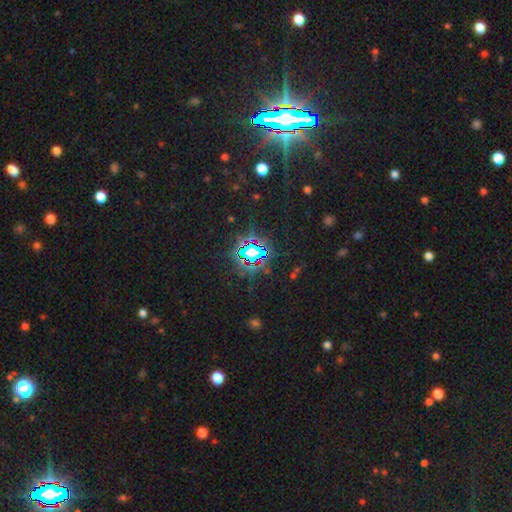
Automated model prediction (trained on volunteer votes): Smooth or featured? Predicted: star or artifact (p=0.77).